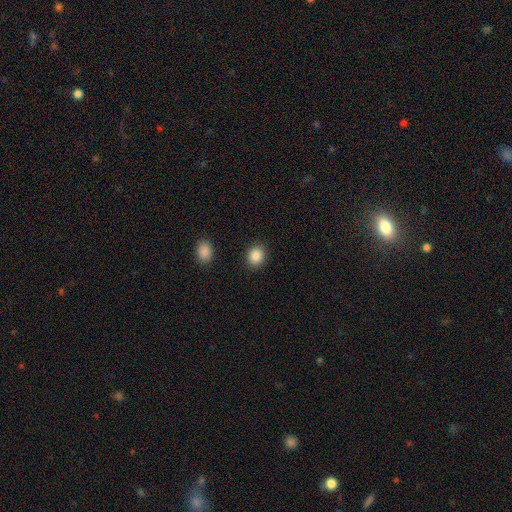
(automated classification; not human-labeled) Morphology: type=smooth (88%); roundness=round (65%); merging=none (89%).